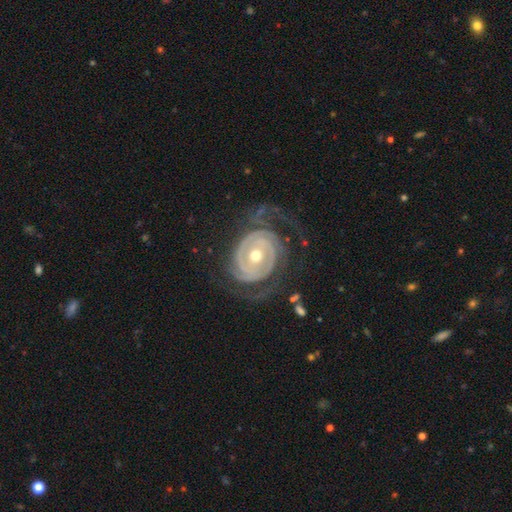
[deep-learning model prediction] This is clearly a featured or disk galaxy (90%). It is clearly not viewed edge-on (97%). Bar: likely no (61%). Spiral arm pattern: clearly yes (96%). Spiral arm count: possibly 2 (50%). Spiral winding: likely tight (70%). Central bulge: likely moderate (69%). Merging: likely none (64%).